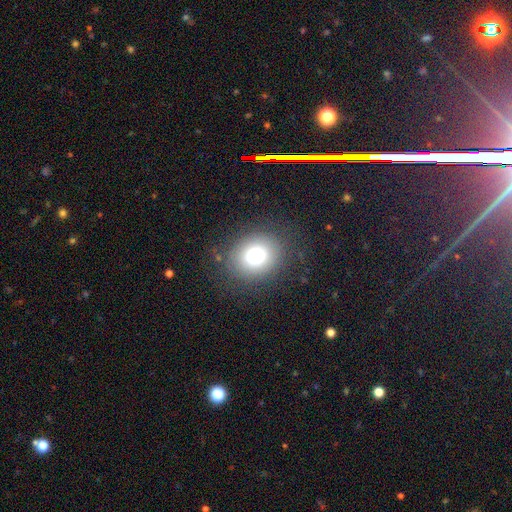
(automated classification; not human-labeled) Q: Smooth or featured?
A: smooth (71%); runner-up: featured or disk (17%)
Q: How rounded?
A: round (74%); runner-up: in between (25%)
Q: Merging?
A: none (82%); runner-up: minor disturbance (10%)